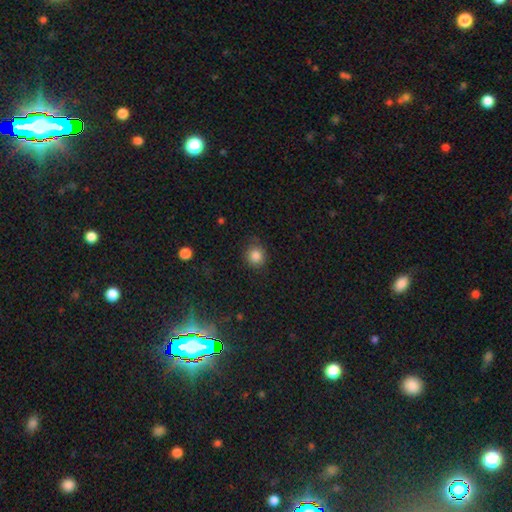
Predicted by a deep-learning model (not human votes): The model was most divided on "merging": none: 80%, minor disturbance: 15%, major disturbance: 4%, merger: 1%. More confident: smooth or featured — smooth (85%); how rounded — round (84%).